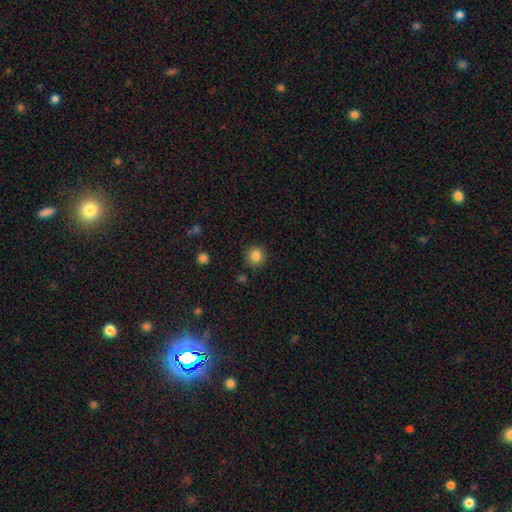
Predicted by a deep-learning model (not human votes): A smooth galaxy with no disk features (84%) that is round (92%). Merging: none (89%).